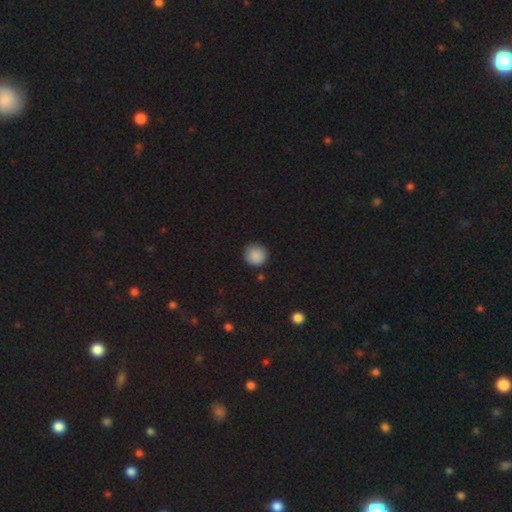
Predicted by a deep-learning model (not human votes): This is clearly a smooth galaxy (88%). How rounded: clearly round (94%). Merging: clearly none (88%).